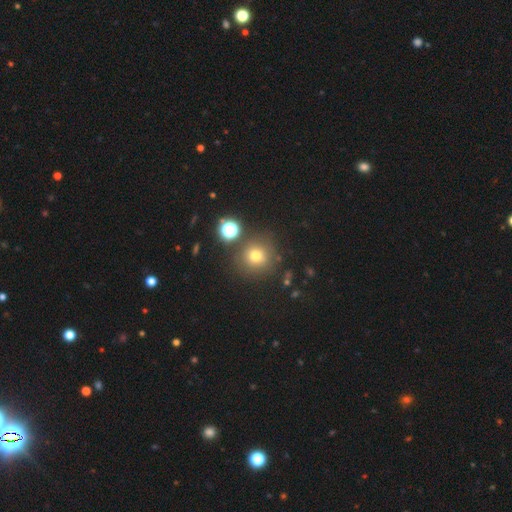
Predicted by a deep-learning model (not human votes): This appears to be a smooth galaxy with no disk features (72%) that is round (93%). Merging: none (81%).